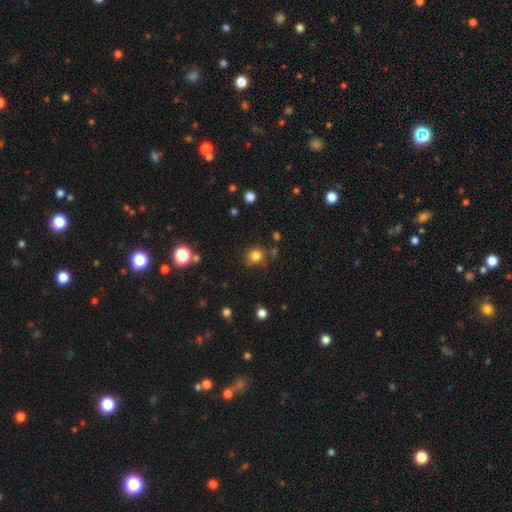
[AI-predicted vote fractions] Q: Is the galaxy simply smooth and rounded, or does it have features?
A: smooth — 81%.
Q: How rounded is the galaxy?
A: round — 88%.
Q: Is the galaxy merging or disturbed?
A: none — 80%.